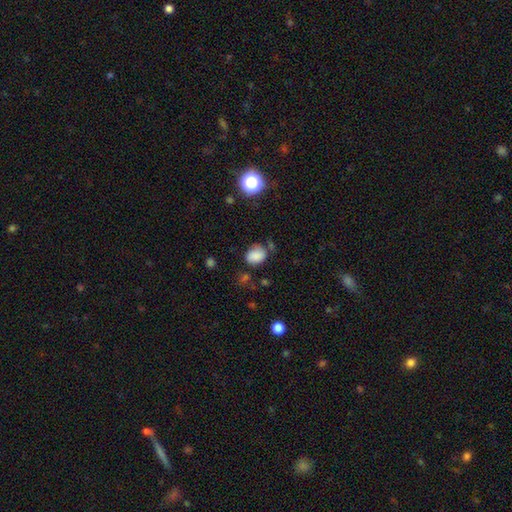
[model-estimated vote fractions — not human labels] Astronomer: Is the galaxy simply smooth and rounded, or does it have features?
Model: smooth — 78%.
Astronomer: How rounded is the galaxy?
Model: in between — 55% (runner-up: round, 44%).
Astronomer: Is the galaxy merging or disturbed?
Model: none — 57%.